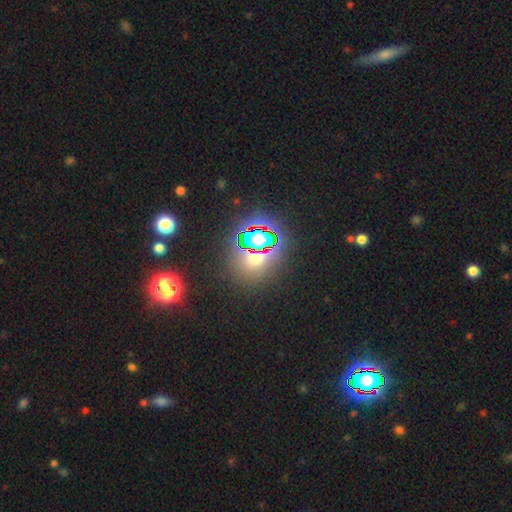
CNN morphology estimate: type=star or artifact (62%).